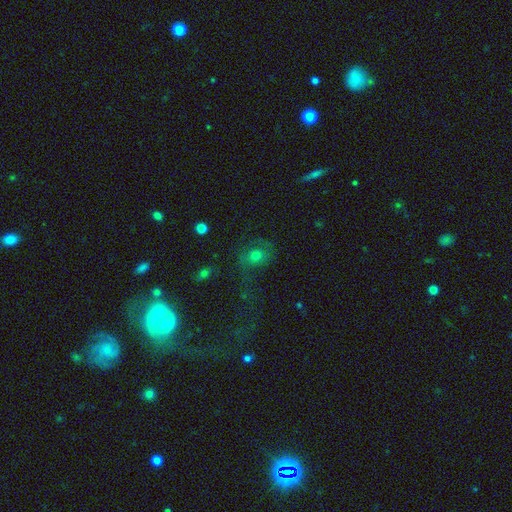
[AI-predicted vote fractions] Smooth or featured? Predicted: smooth (p=0.48). Merging? Predicted: none (p=0.50).